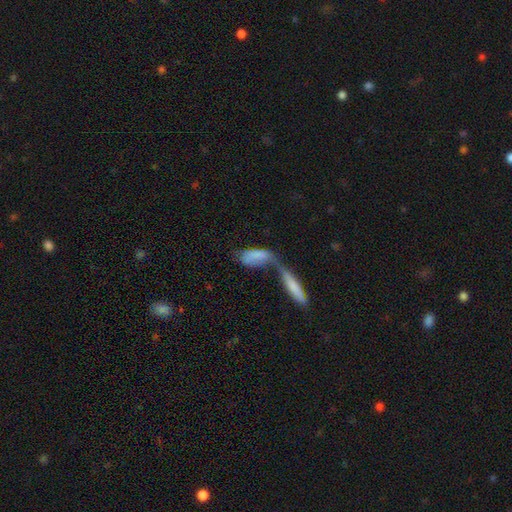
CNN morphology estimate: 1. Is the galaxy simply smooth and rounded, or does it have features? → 72% smooth, 21% featured or disk, 8% star or artifact.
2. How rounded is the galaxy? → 69% in between, 28% cigar-shaped, 3% round.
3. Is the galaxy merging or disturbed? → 64% merger, 15% none, 12% major disturbance, 9% minor disturbance.